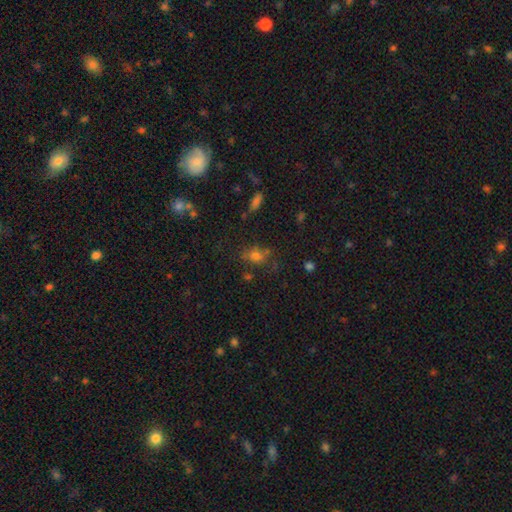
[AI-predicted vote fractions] Morphology: type=smooth (67%); roundness=in between (50%); merging=none (62%).